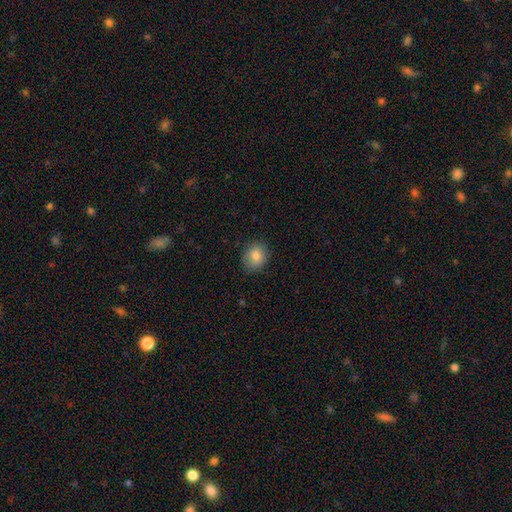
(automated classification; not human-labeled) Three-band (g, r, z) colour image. It shows a smooth galaxy with no disk features (82%) that is round (65%). Merging: none (85%).